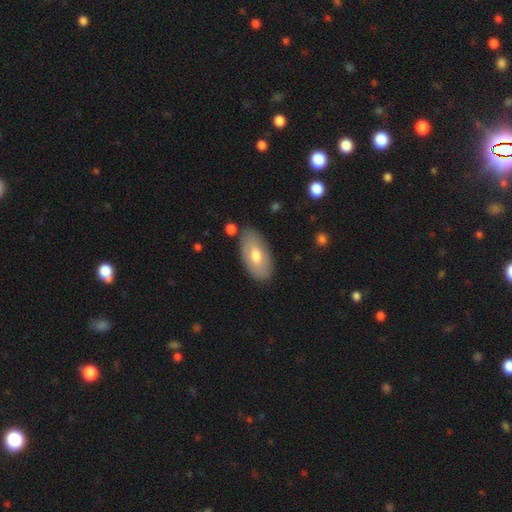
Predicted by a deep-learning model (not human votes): Smooth or featured? Predicted: smooth (p=0.66). How rounded? Predicted: in between (p=0.93). Merging? Predicted: none (p=0.82).